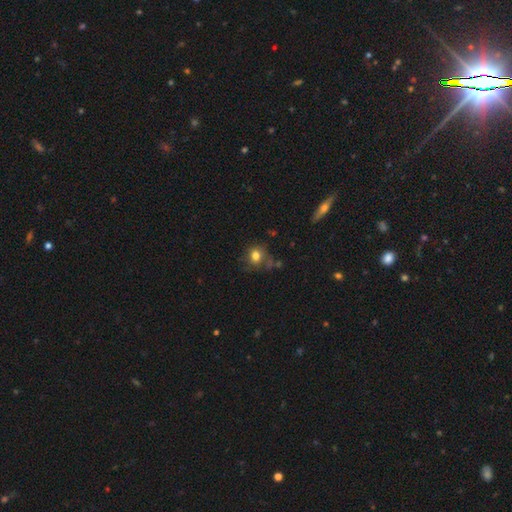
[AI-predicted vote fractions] Smooth or featured?
  - smooth: 78% *
  - star or artifact: 11%
  - featured or disk: 10%
How rounded?
  - round: 72% *
  - in between: 26%
  - cigar-shaped: 1%
Merging?
  - none: 63% *
  - minor disturbance: 21%
  - major disturbance: 9%
  - merger: 7%